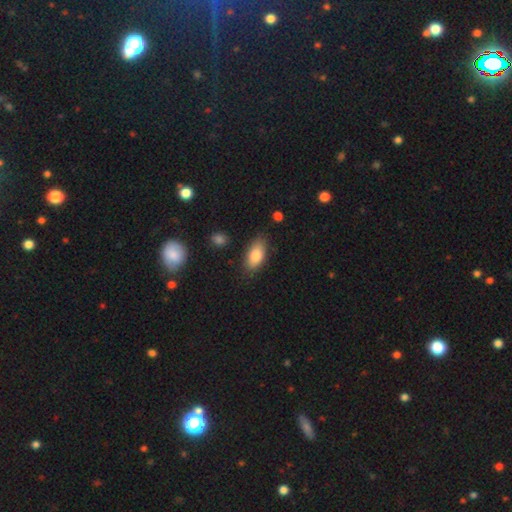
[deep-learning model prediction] Smooth or featured: smooth — 81% (featured or disk — 12%)
How rounded: in between — 88% (cigar-shaped — 8%)
Merging: none — 80% (minor disturbance — 14%)